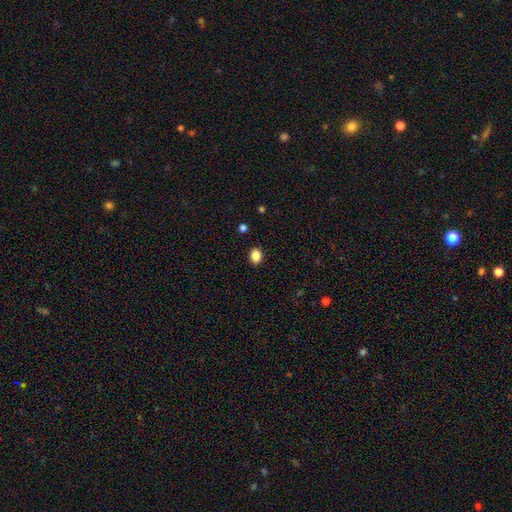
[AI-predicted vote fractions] This appears to be a smooth galaxy with no disk features (87%) that is in between round and cigar-shaped (66%). Merging: none (89%).